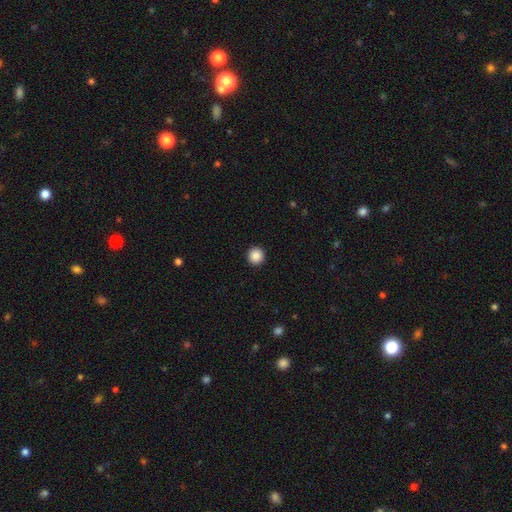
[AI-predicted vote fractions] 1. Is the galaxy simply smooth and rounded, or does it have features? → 88% smooth, 9% star or artifact, 3% featured or disk.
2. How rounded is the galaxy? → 95% round, 4% in between, 1% cigar-shaped.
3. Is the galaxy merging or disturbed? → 93% none, 4% minor disturbance, 1% major disturbance, 1% merger.